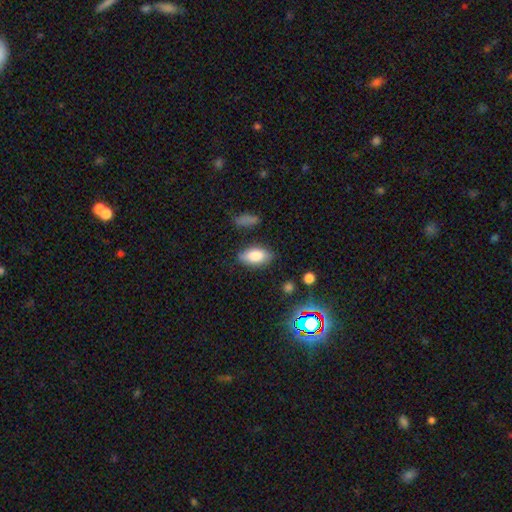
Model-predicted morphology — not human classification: The model was most divided on "merging": none: 80%, minor disturbance: 14%, major disturbance: 3%, merger: 2%. More confident: how rounded — in between (92%); smooth or featured — smooth (83%).